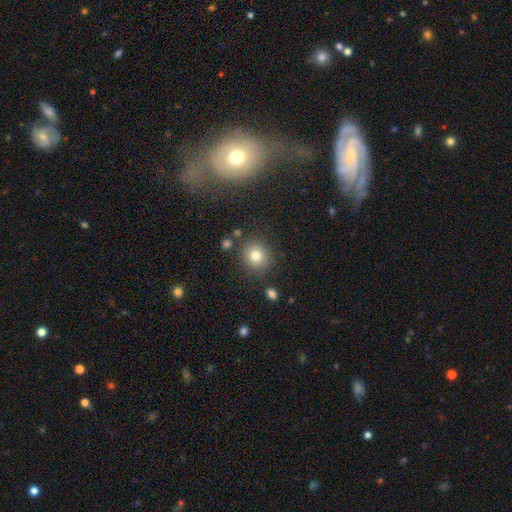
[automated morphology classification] Q: Smooth or featured?
A: smooth (79%); runner-up: star or artifact (12%)
Q: How rounded?
A: round (85%); runner-up: in between (14%)
Q: Merging?
A: none (83%); runner-up: minor disturbance (9%)